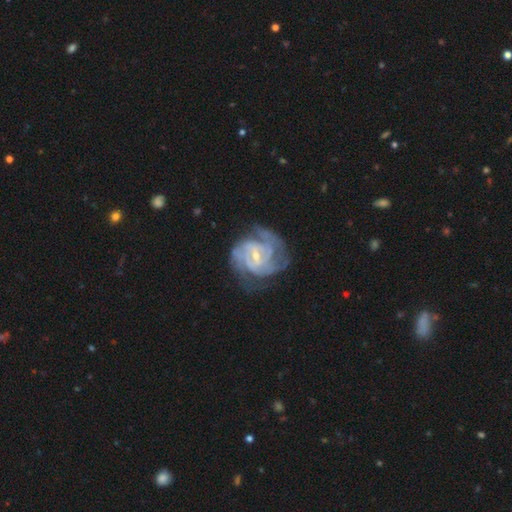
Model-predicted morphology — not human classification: The model was most divided on "spiral arm count": can't tell: 29%, 2: 25%, 3: 24%, 4: 12%, 1: 5%, more than 4: 5%. More confident: edge-on disk — no (98%); spiral arms — yes (95%); smooth or featured — featured or disk (87%); bulge size — small (63%); merging — none (60%); spiral winding — tight (58%); bar — weak (53%).